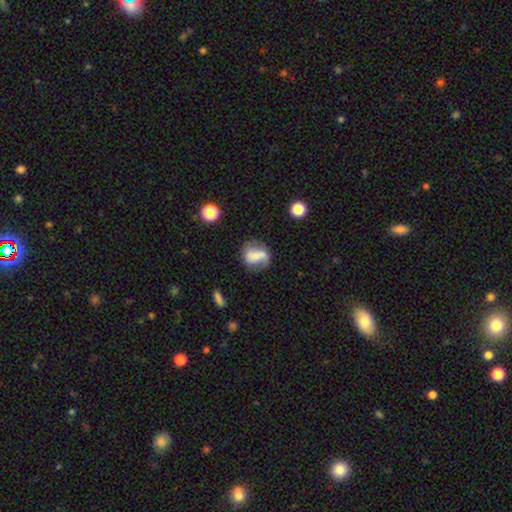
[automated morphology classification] This is possibly a featured or disk galaxy (49%). Merging: possibly none (50%).